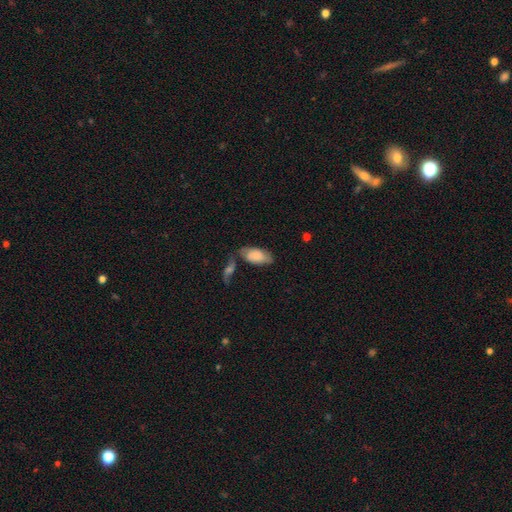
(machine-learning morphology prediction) smooth_or_featured: smooth (p=0.79) [alt: featured or disk p=0.15]
how_rounded: in between (p=0.93) [alt: cigar-shaped p=0.04]
merging: none (p=0.57) [alt: minor disturbance p=0.21]